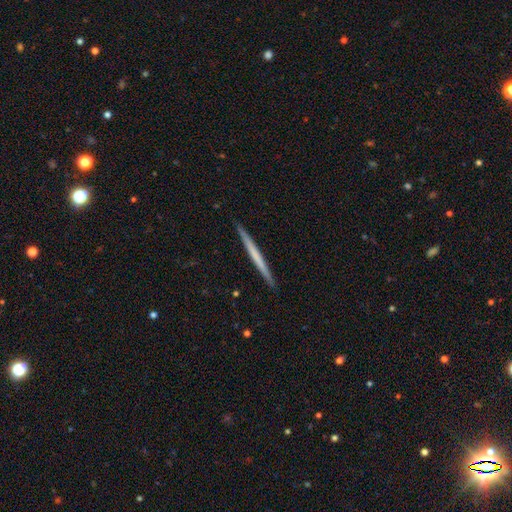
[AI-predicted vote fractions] smooth-or-featured: featured or disk: 48% | smooth: 47% | star or artifact: 5%
  merging: none: 92% | minor disturbance: 5% | major disturbance: 1% | merger: 1%